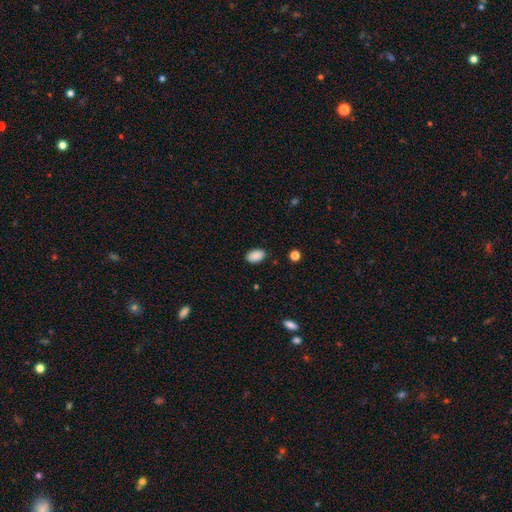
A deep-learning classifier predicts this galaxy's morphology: Smooth or featured: smooth — 89% (star or artifact — 8%)
How rounded: in between — 92% (round — 7%)
Merging: none — 86% (minor disturbance — 10%)